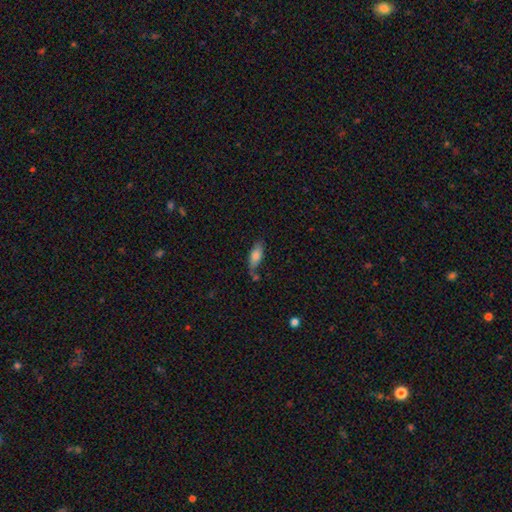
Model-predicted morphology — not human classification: smooth 75%, featured or disk 17%, star or artifact 7%. Down the decision tree: how rounded — in between (76%); merging — none (57%).